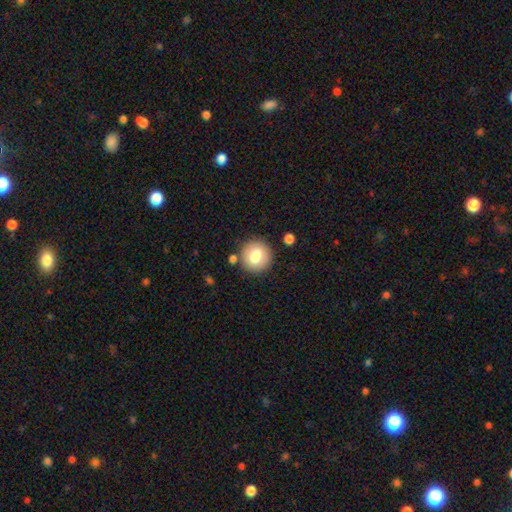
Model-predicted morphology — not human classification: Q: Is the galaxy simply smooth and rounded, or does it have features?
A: smooth — 78%.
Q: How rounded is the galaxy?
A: round — 93%.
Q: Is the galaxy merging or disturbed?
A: none — 86%.